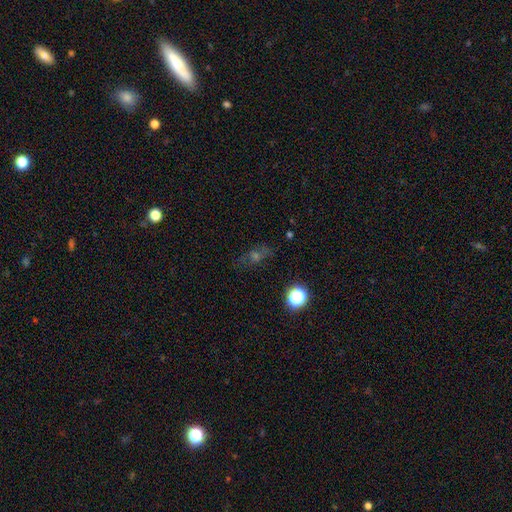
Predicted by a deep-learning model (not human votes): Smooth or featured: star or artifact — 37% (smooth — 33%)